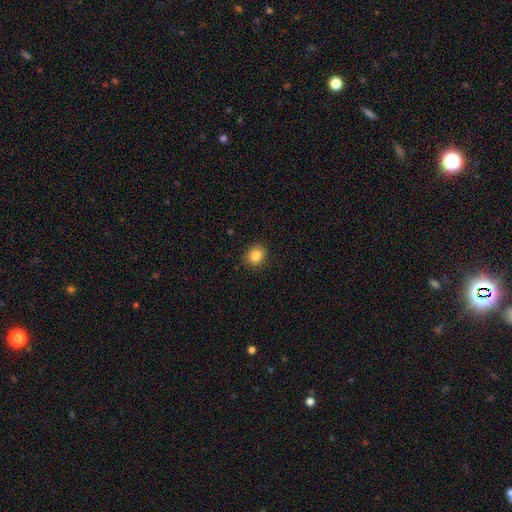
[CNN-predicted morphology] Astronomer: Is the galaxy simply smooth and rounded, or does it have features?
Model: smooth — 84%.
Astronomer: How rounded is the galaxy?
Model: round — 81%.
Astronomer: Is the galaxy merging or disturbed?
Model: none — 90%.